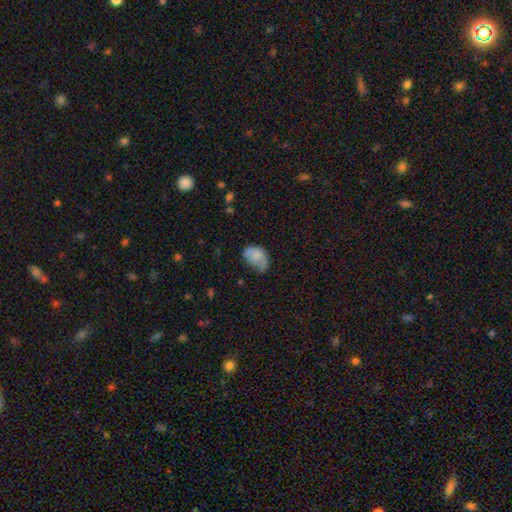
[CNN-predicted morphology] smooth 76%, featured or disk 16%, star or artifact 8%. Down the decision tree: how rounded — in between (85%); merging — minor disturbance (43%).